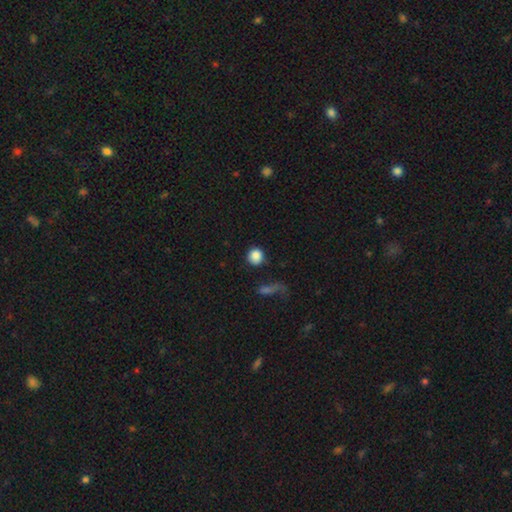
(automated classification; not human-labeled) This appears to be a smooth galaxy with no disk features (86%) that is round (91%). Merging: none (81%).